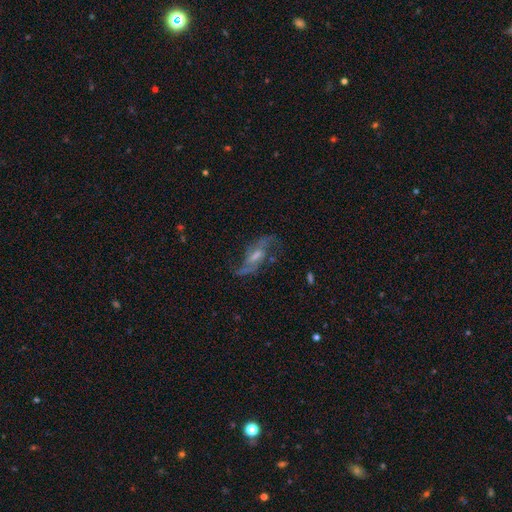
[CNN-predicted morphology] smooth-or-featured: featured or disk: 80% | smooth: 11% | star or artifact: 9%
  disk-edge-on: no: 91% | yes: 9%
    bar: weak: 48% | no: 28% | strong: 24%
    has-spiral-arms: yes: 93% | no: 7%
      spiral-winding: loose: 63% | medium: 30% | tight: 8%
      spiral-arm-count: 2: 86% | can't tell: 6% | 1: 3% | 3: 3% | 4: 1% | more than 4: 1%
    bulge-size: small: 41% | moderate: 39% | none: 13% | large: 6% | dominant: 1%
  merging: none: 65% | minor disturbance: 17% | major disturbance: 15% | merger: 2%